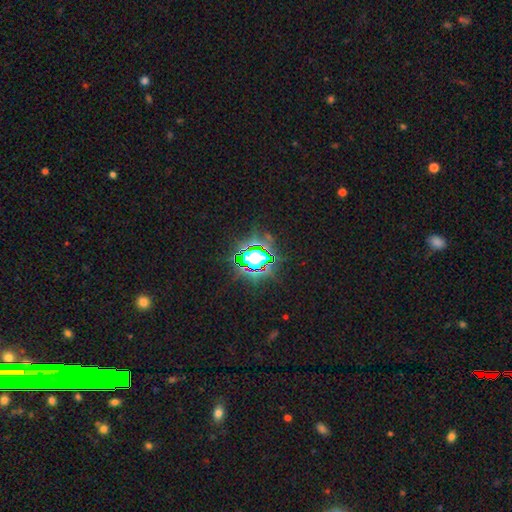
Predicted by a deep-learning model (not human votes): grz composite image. It shows a star or artifact, not a galaxy (73%).